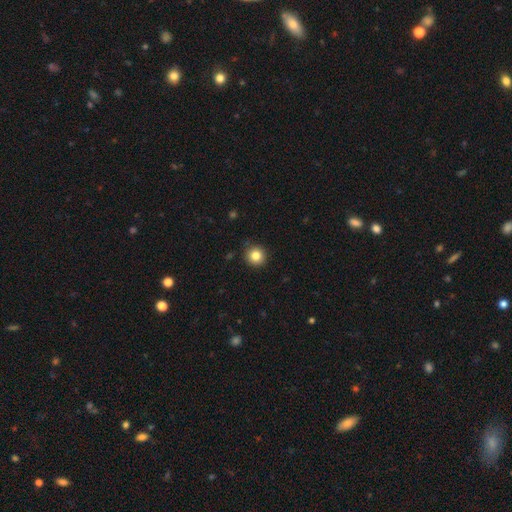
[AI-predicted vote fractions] The model was most divided on "smooth or featured": smooth: 82%, star or artifact: 11%, featured or disk: 7%. More confident: how rounded — round (94%); merging — none (90%).